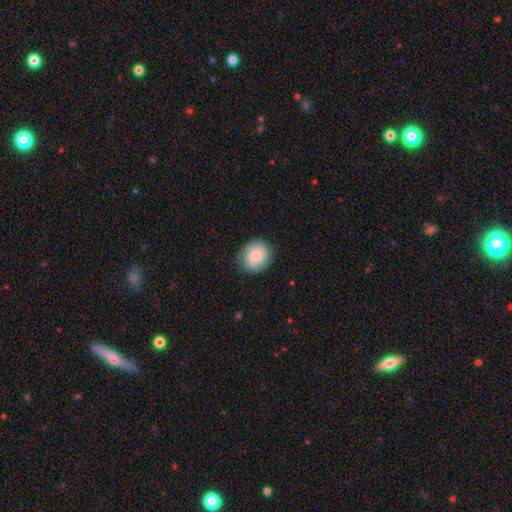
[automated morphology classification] Smooth or featured: smooth — 80% (featured or disk — 13%)
How rounded: round — 68% (in between — 31%)
Merging: none — 82% (minor disturbance — 14%)